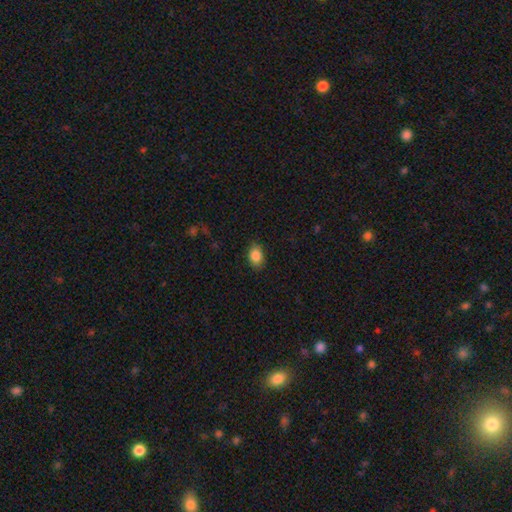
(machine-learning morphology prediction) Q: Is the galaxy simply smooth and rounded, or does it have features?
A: smooth — 87%.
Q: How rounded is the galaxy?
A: in between — 80%.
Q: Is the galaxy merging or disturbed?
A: none — 84%.